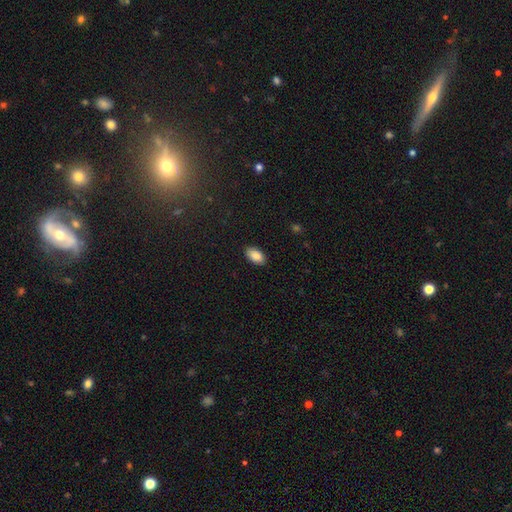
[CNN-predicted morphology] smooth_or_featured: smooth (p=0.89) [alt: star or artifact p=0.07]
how_rounded: in between (p=0.94) [alt: round p=0.04]
merging: none (p=0.88) [alt: minor disturbance p=0.09]